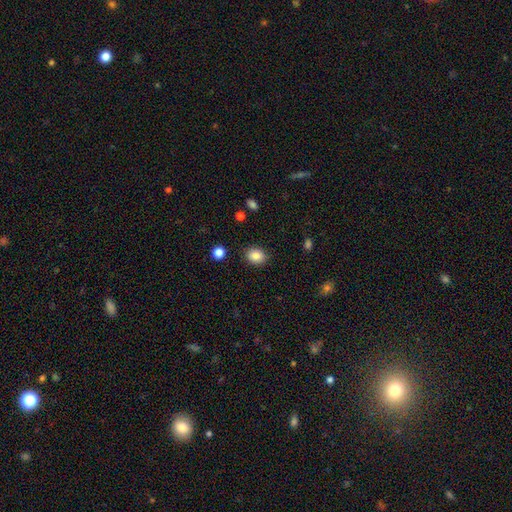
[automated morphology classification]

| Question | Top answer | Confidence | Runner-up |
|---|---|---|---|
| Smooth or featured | smooth | 86% | star or artifact (9%) |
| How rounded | round | 51% | in between (48%) |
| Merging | none | 86% | minor disturbance (10%) |